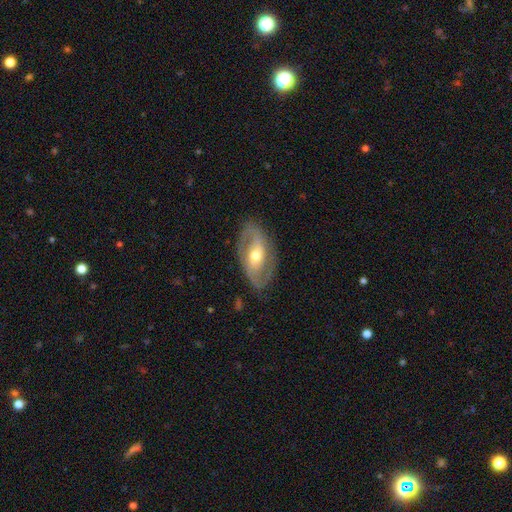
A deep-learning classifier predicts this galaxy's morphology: Smooth or featured?
  - featured or disk: 83% *
  - smooth: 12%
  - star or artifact: 5%
Edge-on disk?
  - no: 94% *
  - yes: 6%
Bar?
  - weak: 40% *
  - no: 34%
  - strong: 26%
Spiral arms?
  - yes: 88% *
  - no: 12%
Spiral winding?
  - medium: 48% *
  - tight: 26%
  - loose: 26%
Spiral arm count?
  - 2: 89% *
  - can't tell: 6%
  - 1: 2%
  - 3: 2%
  - 4: 1%
  - more than 4: 1%
Bulge size?
  - moderate: 68% *
  - small: 25%
  - large: 5%
  - none: 1%
  - dominant: 1%
Merging?
  - none: 82% *
  - minor disturbance: 12%
  - major disturbance: 5%
  - merger: 1%